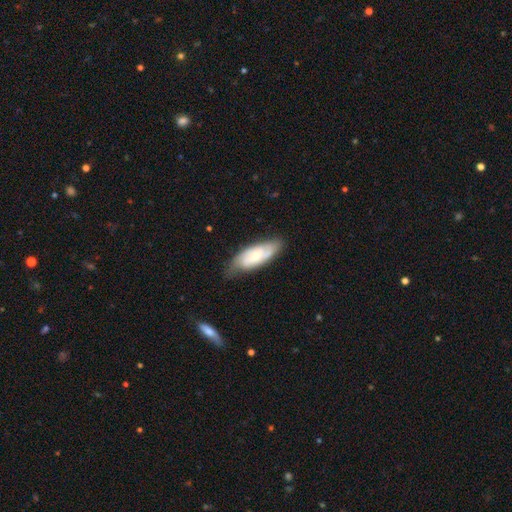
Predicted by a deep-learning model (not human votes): Q: Smooth or featured?
A: featured or disk (55%); runner-up: smooth (39%)
Q: Edge-on disk?
A: no (85%); runner-up: yes (15%)
Q: Merging?
A: none (66%); runner-up: minor disturbance (26%)